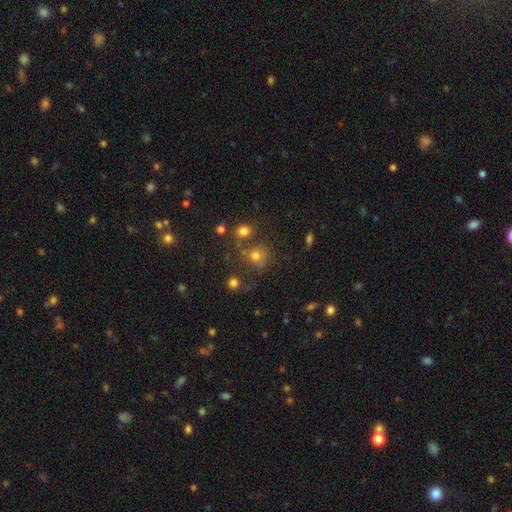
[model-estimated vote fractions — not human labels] A smooth galaxy with no disk features (64%) that is round (81%).

Vote fractions:
- Smooth or featured? smooth: 64% / star or artifact: 22% / featured or disk: 13%
- How rounded? round: 81% / in between: 18% / cigar-shaped: 1%
- Merging? none: 59% / merger: 18% / minor disturbance: 14% / major disturbance: 9%